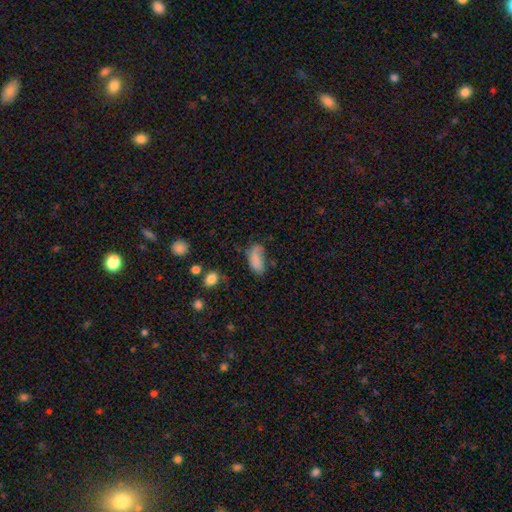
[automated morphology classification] Smooth or featured? Predicted: smooth (p=0.75). How rounded? Predicted: in between (p=0.89). Merging? Predicted: none (p=0.39).